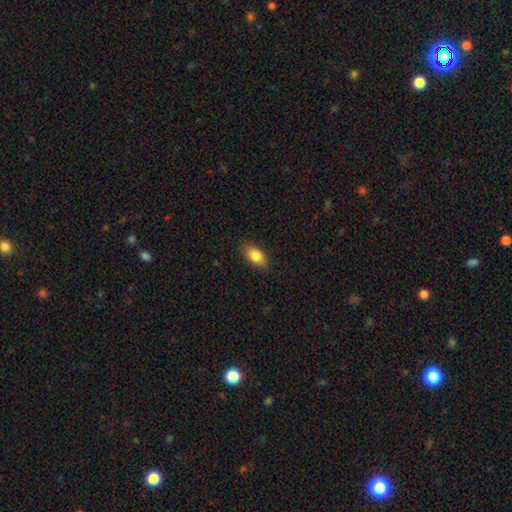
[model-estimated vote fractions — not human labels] Smooth or featured? Predicted: smooth (p=0.84). How rounded? Predicted: in between (p=0.89). Merging? Predicted: none (p=0.86).